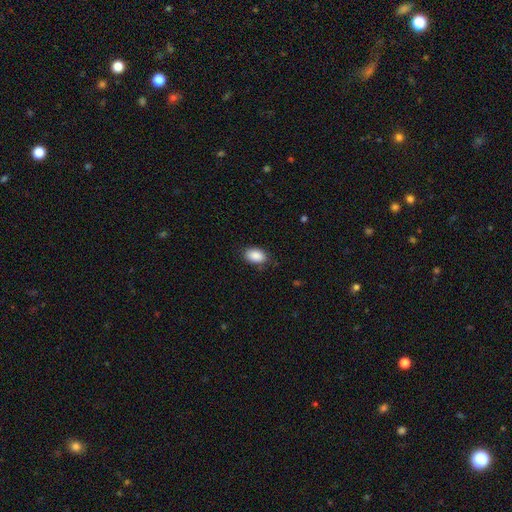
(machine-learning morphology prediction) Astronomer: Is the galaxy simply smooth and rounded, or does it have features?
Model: smooth — 90%.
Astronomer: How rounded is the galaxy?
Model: in between — 90%.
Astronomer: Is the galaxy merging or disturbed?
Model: none — 83%.